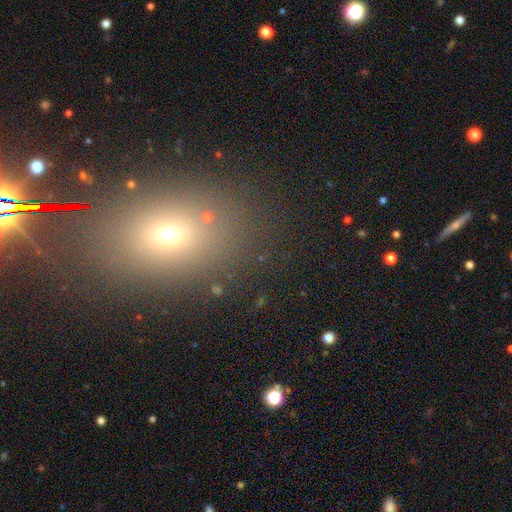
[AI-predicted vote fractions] A smooth galaxy with no disk features (53%) that is in between round and cigar-shaped (57%).

Vote fractions:
- Smooth or featured? smooth: 53% / star or artifact: 35% / featured or disk: 12%
- How rounded? in between: 57% / round: 41% / cigar-shaped: 3%
- Merging? none: 81% / minor disturbance: 9% / merger: 5% / major disturbance: 5%